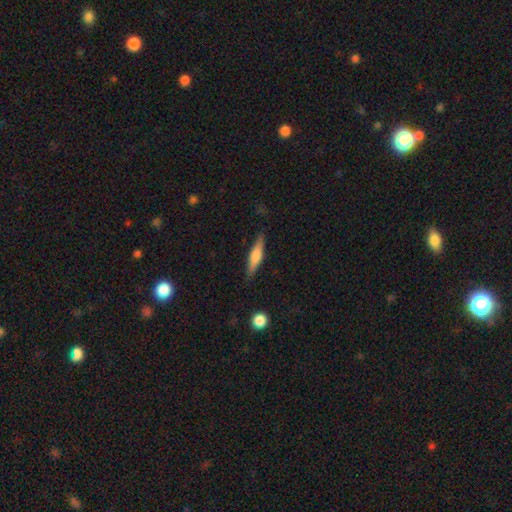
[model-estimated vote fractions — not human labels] Smooth or featured? Predicted: smooth (p=0.51). How rounded? Predicted: cigar-shaped (p=0.79). Merging? Predicted: none (p=0.86).